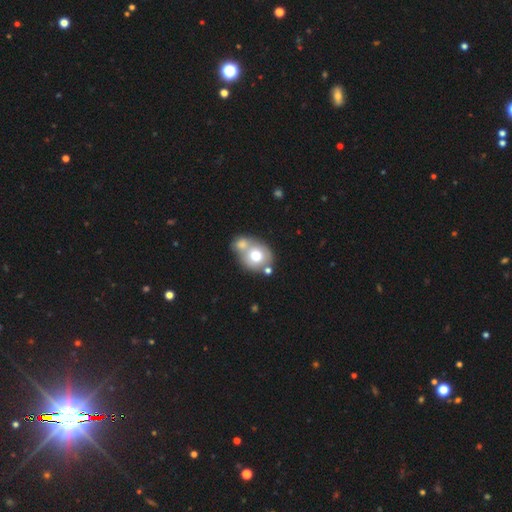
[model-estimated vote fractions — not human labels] Smooth or featured: smooth — 66% (featured or disk — 25%)
How rounded: round — 65% (in between — 34%)
Merging: merger — 54% (none — 33%)